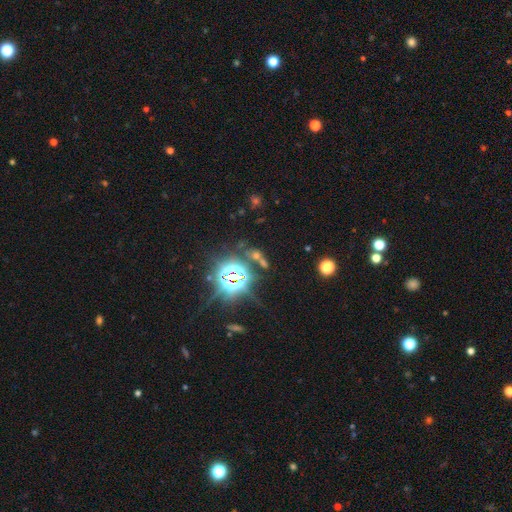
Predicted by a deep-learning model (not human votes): Morphology: type=star or artifact (74%).